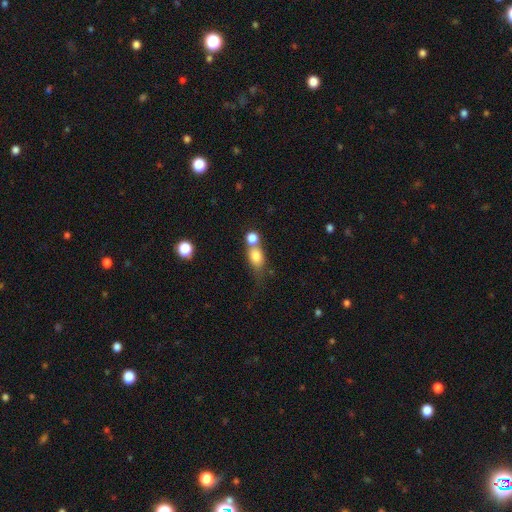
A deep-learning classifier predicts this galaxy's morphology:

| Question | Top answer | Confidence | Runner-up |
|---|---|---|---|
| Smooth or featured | smooth | 76% | featured or disk (14%) |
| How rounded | in between | 55% | round (38%) |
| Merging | merger | 49% | none (31%) |